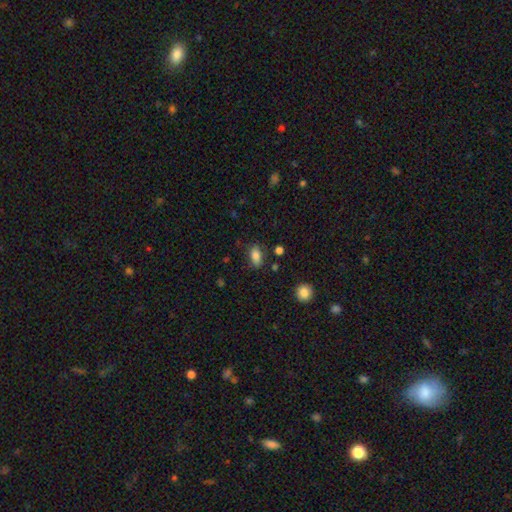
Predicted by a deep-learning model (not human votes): This is clearly a smooth galaxy (83%). How rounded: clearly in between (88%). Merging: likely none (78%).